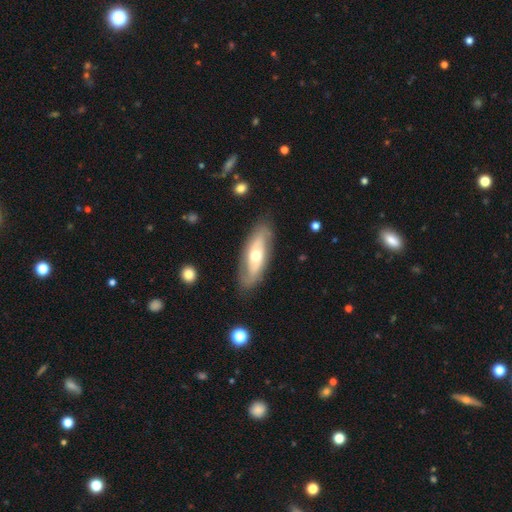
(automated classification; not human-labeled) featured or disk 59%, smooth 36%, star or artifact 5%. Down the decision tree: edge-on disk — no (78%); merging — none (81%).